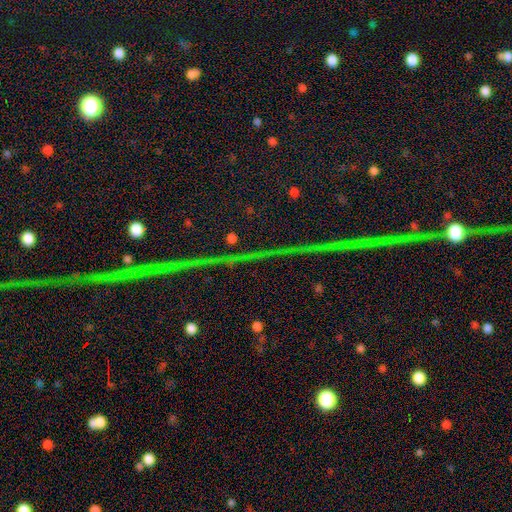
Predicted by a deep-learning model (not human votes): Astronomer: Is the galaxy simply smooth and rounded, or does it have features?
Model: star or artifact — 75%.